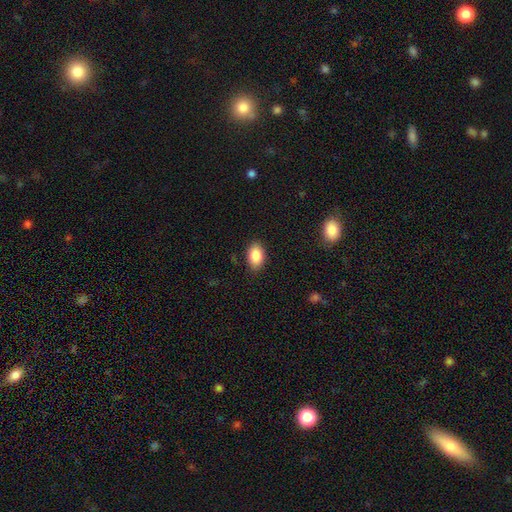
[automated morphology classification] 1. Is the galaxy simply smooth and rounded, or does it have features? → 87% smooth, 8% star or artifact, 5% featured or disk.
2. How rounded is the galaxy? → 88% in between, 10% round, 1% cigar-shaped.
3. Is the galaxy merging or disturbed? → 85% none, 11% minor disturbance, 2% major disturbance, 1% merger.